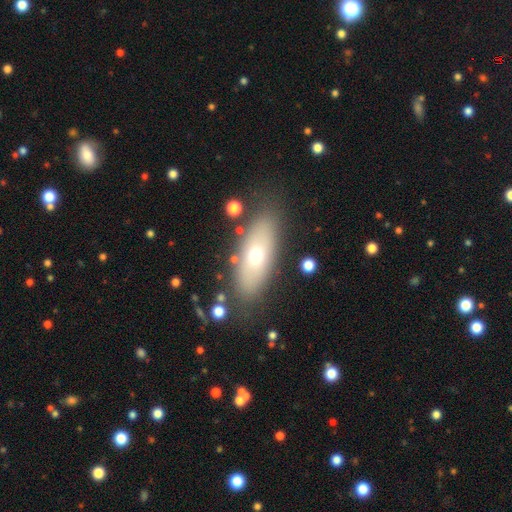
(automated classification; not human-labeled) Smooth or featured: smooth — 60% (featured or disk — 31%)
How rounded: in between — 73% (cigar-shaped — 22%)
Merging: none — 81% (minor disturbance — 11%)